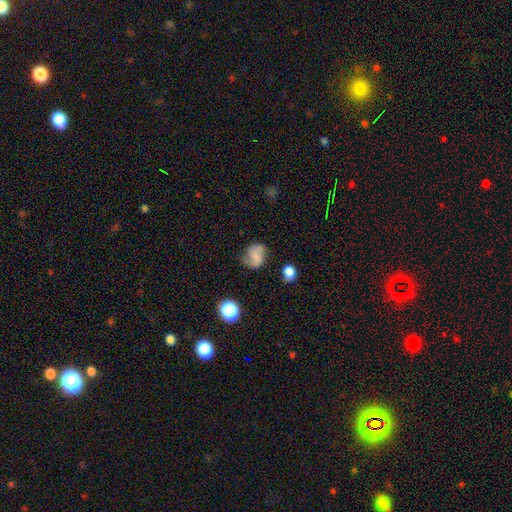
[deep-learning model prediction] smooth_or_featured: smooth (p=0.54) [alt: featured or disk p=0.34]
how_rounded: round (p=0.54) [alt: in between p=0.45]
merging: none (p=0.61) [alt: minor disturbance p=0.25]